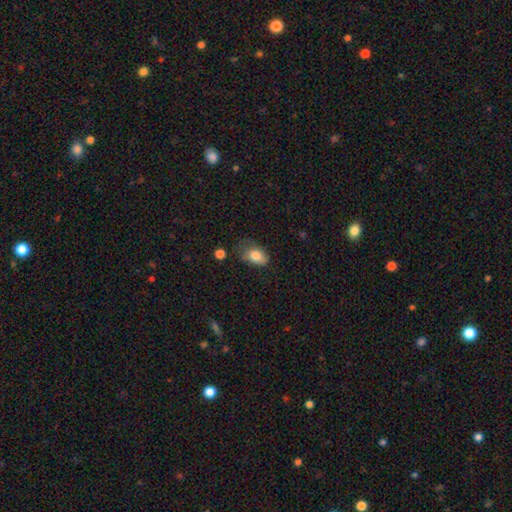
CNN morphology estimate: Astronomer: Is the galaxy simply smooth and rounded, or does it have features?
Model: smooth — 79%.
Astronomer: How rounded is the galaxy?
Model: in between — 86%.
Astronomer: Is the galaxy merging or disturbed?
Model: none — 42% (runner-up: minor disturbance, 37%).